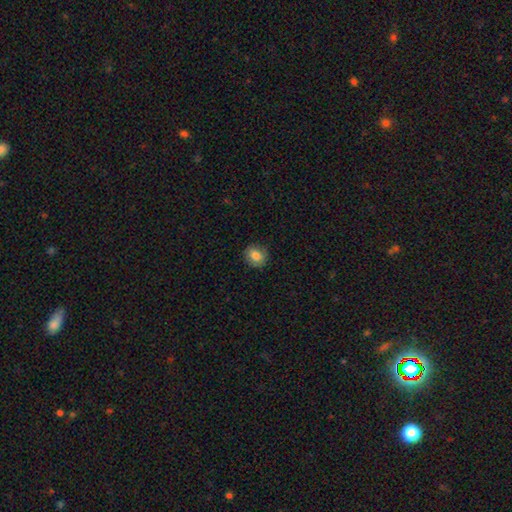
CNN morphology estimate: type=smooth (82%); roundness=round (71%); merging=none (84%).